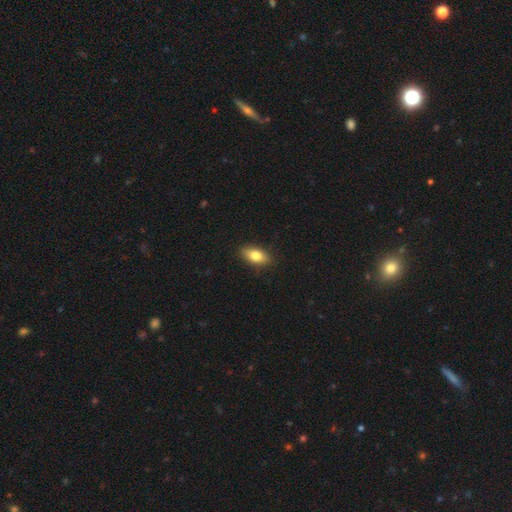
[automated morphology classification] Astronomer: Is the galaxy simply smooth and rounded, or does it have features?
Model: smooth — 80%.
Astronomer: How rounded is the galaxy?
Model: in between — 89%.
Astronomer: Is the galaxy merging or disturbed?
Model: none — 88%.